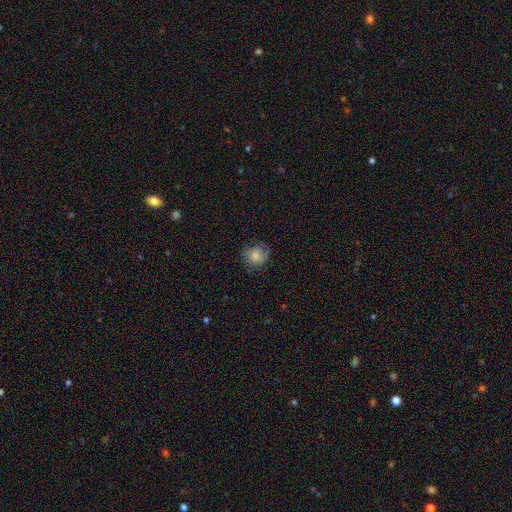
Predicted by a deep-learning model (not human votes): A smooth galaxy with no disk features (69%) that is round (72%).

Vote fractions:
- Smooth or featured? smooth: 69% / featured or disk: 21% / star or artifact: 9%
- How rounded? round: 72% / in between: 27% / cigar-shaped: 1%
- Merging? none: 67% / minor disturbance: 23% / major disturbance: 9% / merger: 1%